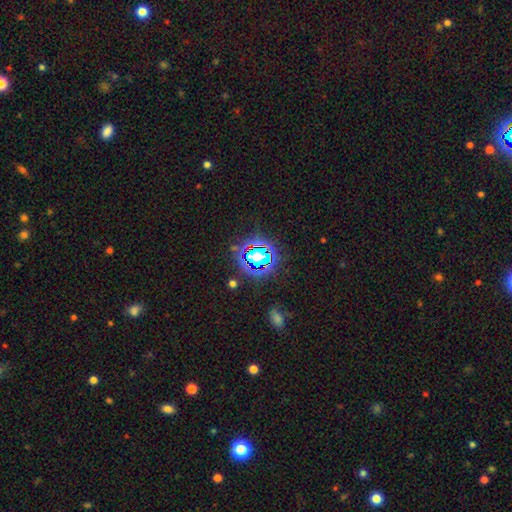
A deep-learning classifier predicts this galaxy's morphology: Smooth or featured? Predicted: star or artifact (p=0.66).